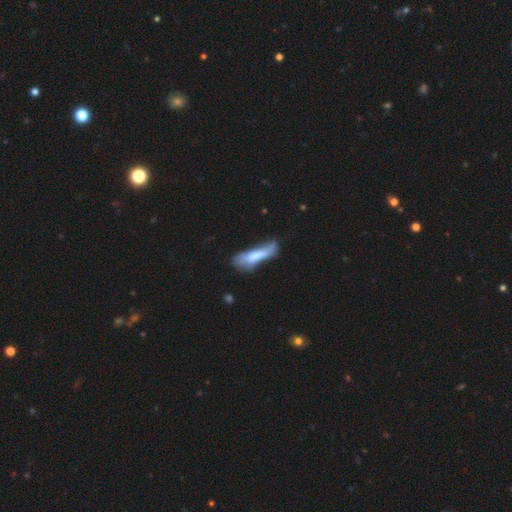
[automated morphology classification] Q: Smooth or featured?
A: smooth (67%); runner-up: featured or disk (26%)
Q: How rounded?
A: cigar-shaped (67%); runner-up: in between (31%)
Q: Merging?
A: none (40%); runner-up: minor disturbance (31%)